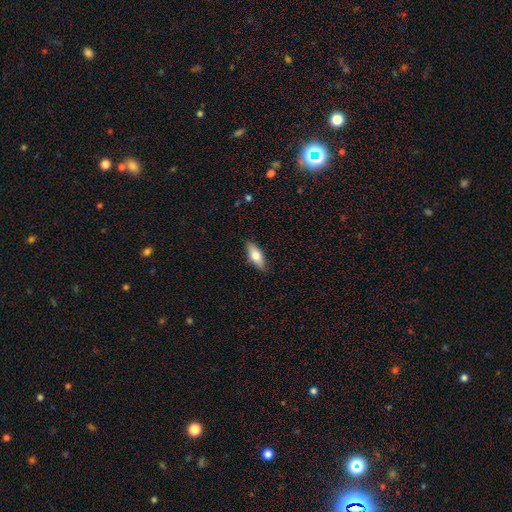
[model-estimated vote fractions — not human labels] The model was most divided on "how rounded": in between: 72%, cigar-shaped: 26%, round: 3%. More confident: merging — none (86%); smooth or featured — smooth (70%).